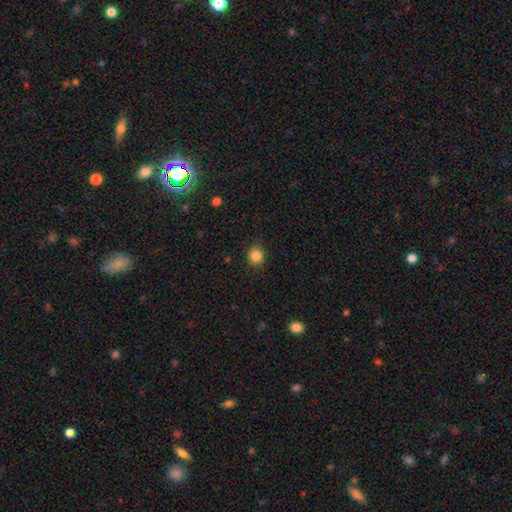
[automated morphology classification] Smooth or featured? smooth (86%)
How rounded? round (89%)
Merging? none (89%)